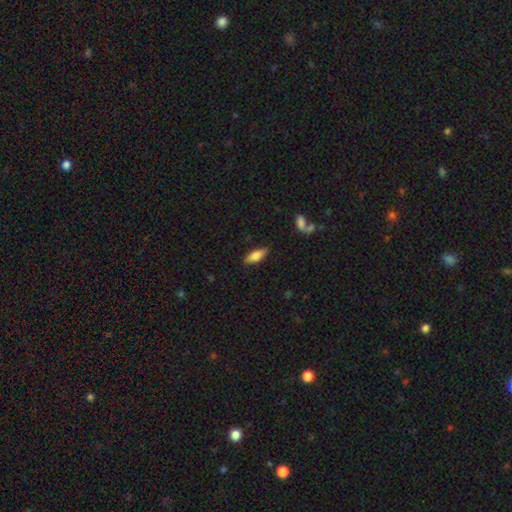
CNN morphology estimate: This appears to be a smooth galaxy with no disk features (77%) that is in between round and cigar-shaped (73%). Merging: none (83%).